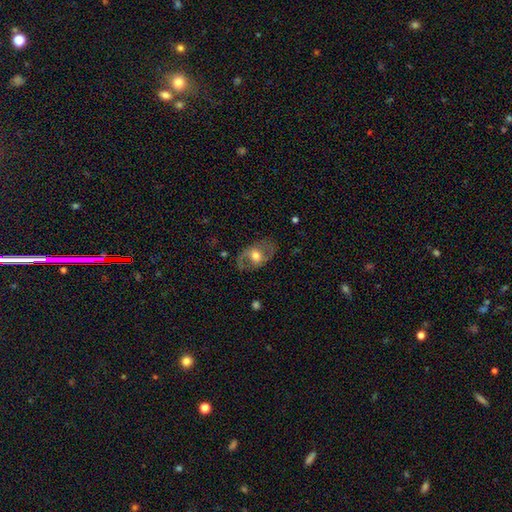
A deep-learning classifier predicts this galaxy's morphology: featured or disk 57%, smooth 36%, star or artifact 7%. Down the decision tree: edge-on disk — no (91%); bar — no (57%); spiral arms — yes (53%); bulge size — moderate (65%); merging — none (72%).